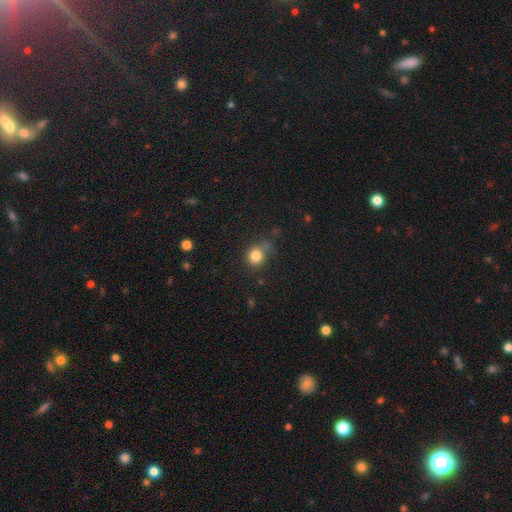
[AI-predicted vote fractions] Q: Smooth or featured?
A: smooth (83%); runner-up: star or artifact (12%)
Q: How rounded?
A: round (83%); runner-up: in between (16%)
Q: Merging?
A: none (67%); runner-up: minor disturbance (19%)